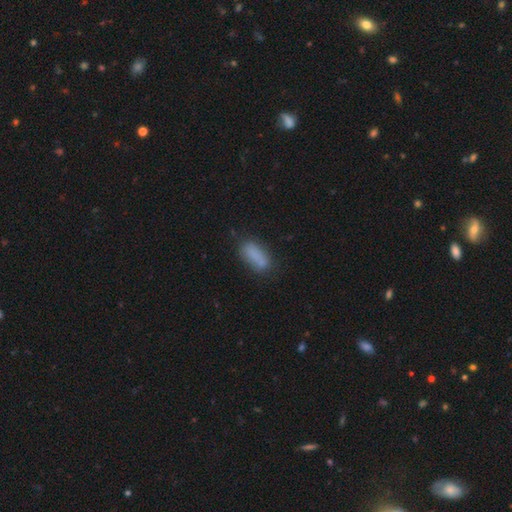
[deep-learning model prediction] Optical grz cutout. It shows a smooth galaxy with no disk features (80%) that is in between round and cigar-shaped (78%). Merging: none (65%).